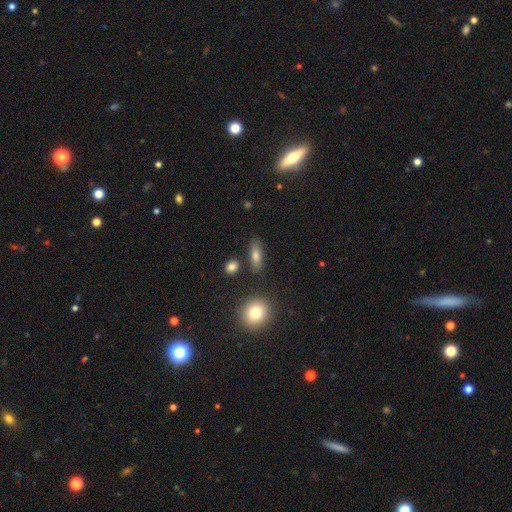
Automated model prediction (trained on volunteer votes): A smooth galaxy with no disk features (71%) that is in between round and cigar-shaped (65%). Merging: none (83%).